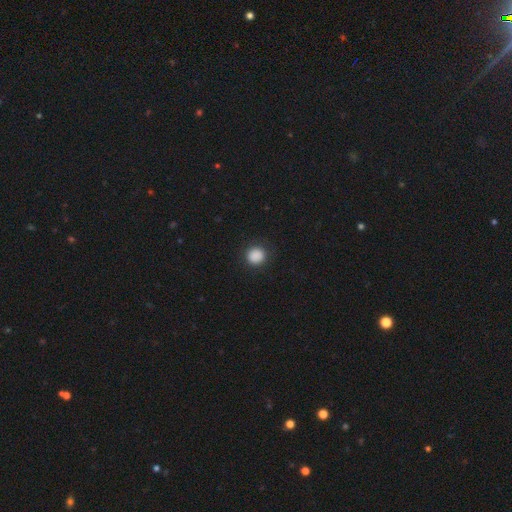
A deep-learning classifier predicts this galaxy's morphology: This is clearly a smooth galaxy (88%). How rounded: clearly round (91%). Merging: clearly none (89%).